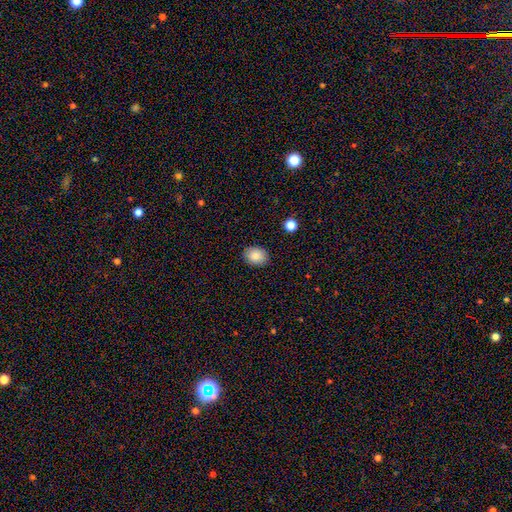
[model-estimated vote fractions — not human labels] This is clearly a smooth galaxy (86%). How rounded: likely in between (65%). Merging: clearly none (88%).